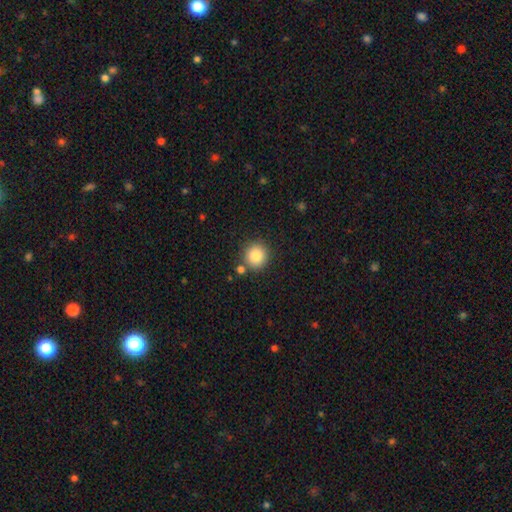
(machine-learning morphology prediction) Smooth or featured: smooth — 84% (star or artifact — 10%)
How rounded: round — 93% (in between — 7%)
Merging: none — 83% (minor disturbance — 8%)